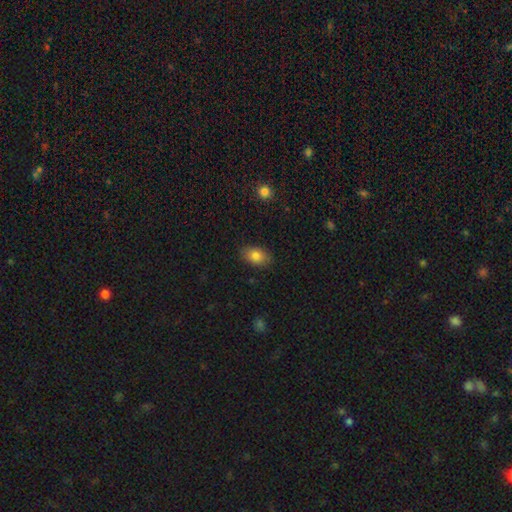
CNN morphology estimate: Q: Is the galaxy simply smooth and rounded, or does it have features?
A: smooth — 84%.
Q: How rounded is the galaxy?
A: in between — 86%.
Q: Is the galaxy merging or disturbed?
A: none — 85%.